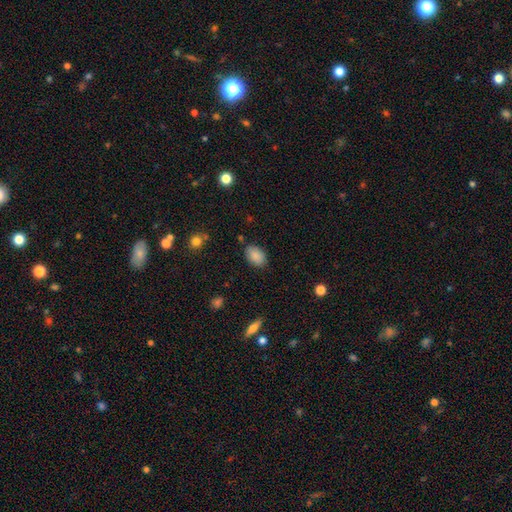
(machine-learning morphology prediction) Smooth or featured? smooth (88%)
How rounded? in between (88%)
Merging? none (82%)